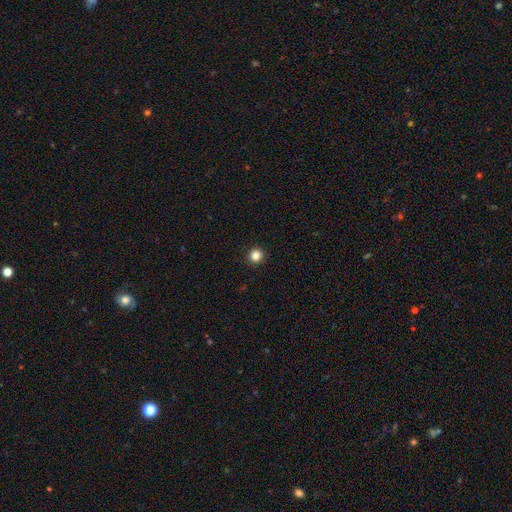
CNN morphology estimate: This is clearly a smooth galaxy (84%). How rounded: clearly round (95%). Merging: clearly none (93%).